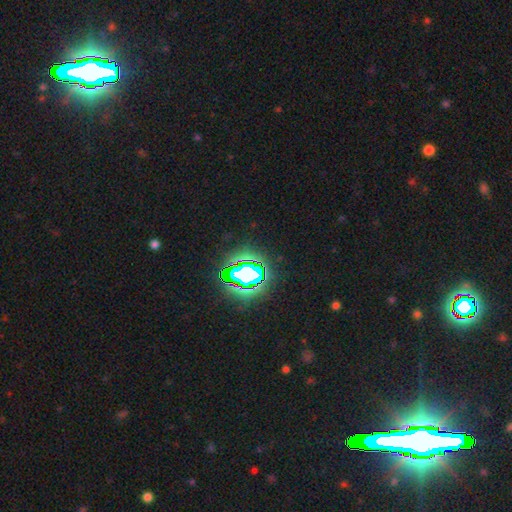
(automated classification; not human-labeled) smooth_or_featured: star or artifact (p=0.84) [alt: smooth p=0.09]